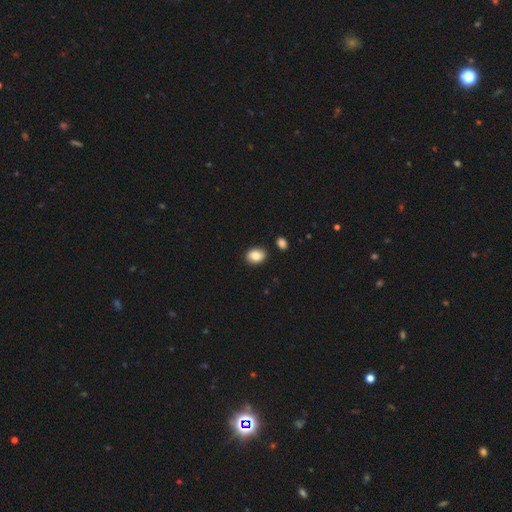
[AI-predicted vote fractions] A smooth galaxy with no disk features (86%) that is in between round and cigar-shaped (69%).

Vote fractions:
- Smooth or featured? smooth: 86% / star or artifact: 8% / featured or disk: 6%
- How rounded? in between: 69% / round: 30% / cigar-shaped: 1%
- Merging? none: 84% / minor disturbance: 10% / merger: 4% / major disturbance: 2%